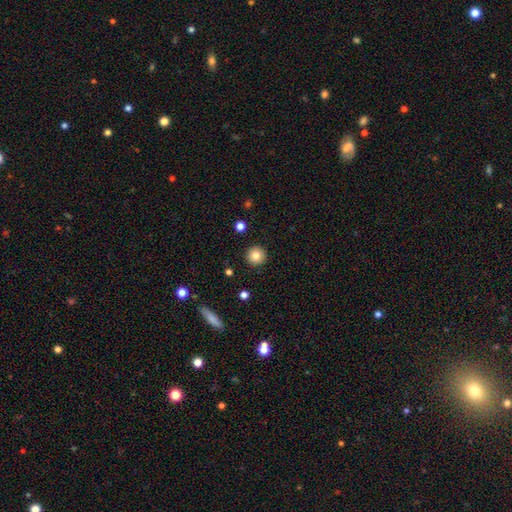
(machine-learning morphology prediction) smooth-or-featured: smooth: 82% | star or artifact: 10% | featured or disk: 8%
  how-rounded: round: 96% | in between: 3% | cigar-shaped: 1%
  merging: none: 92% | minor disturbance: 5% | major disturbance: 2% | merger: 1%